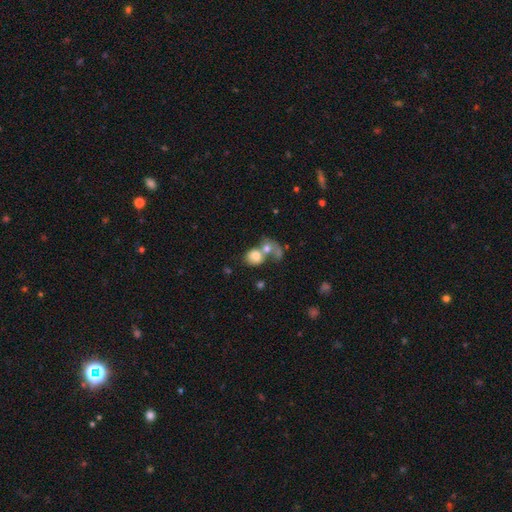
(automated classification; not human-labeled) This is likely a smooth galaxy (72%). How rounded: possibly round (57%). Merging: likely merger (65%).